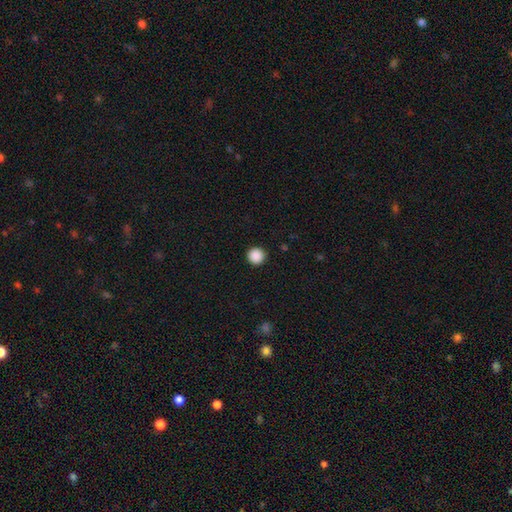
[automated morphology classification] Smooth or featured: smooth — 89% (star or artifact — 9%)
How rounded: round — 96% (in between — 3%)
Merging: none — 93% (minor disturbance — 5%)